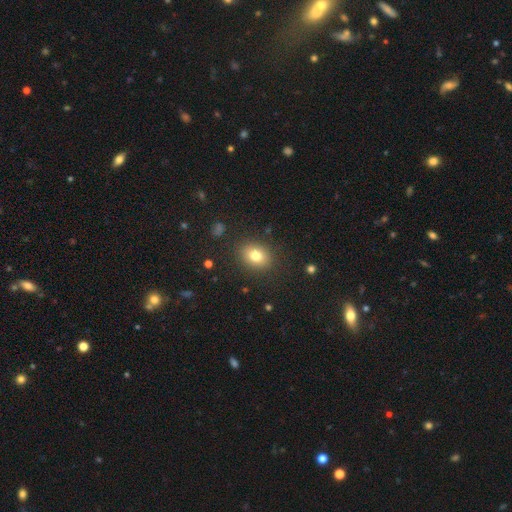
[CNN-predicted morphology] Smooth or featured? smooth (79%)
How rounded? in between (52%)
Merging? none (87%)